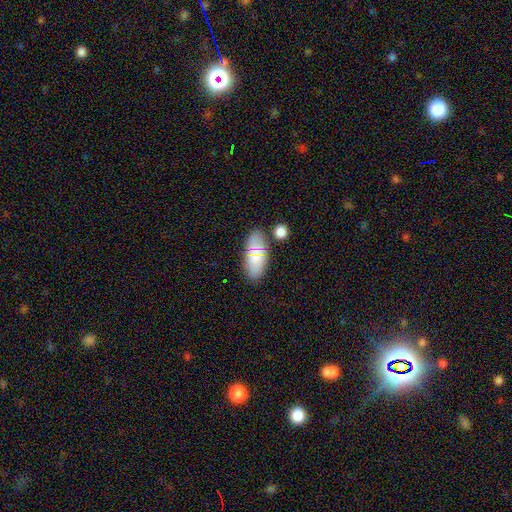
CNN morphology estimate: Smooth or featured?
  - smooth: 76% *
  - featured or disk: 13%
  - star or artifact: 11%
How rounded?
  - in between: 89% *
  - cigar-shaped: 7%
  - round: 4%
Merging?
  - none: 79% *
  - minor disturbance: 12%
  - merger: 6%
  - major disturbance: 3%